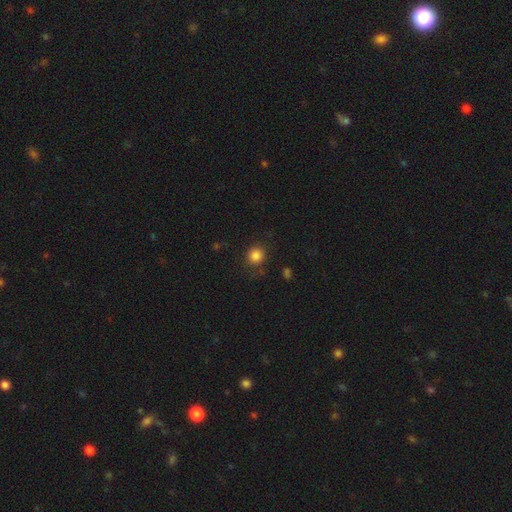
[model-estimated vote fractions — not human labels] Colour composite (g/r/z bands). It shows a smooth galaxy with no disk features (84%) that is round (88%). Merging: none (83%).